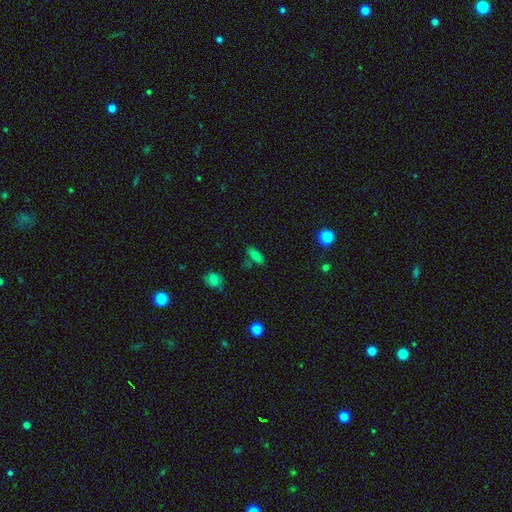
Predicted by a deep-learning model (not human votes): Smooth or featured? Predicted: smooth (p=0.70). How rounded? Predicted: in between (p=0.74). Merging? Predicted: none (p=0.73).